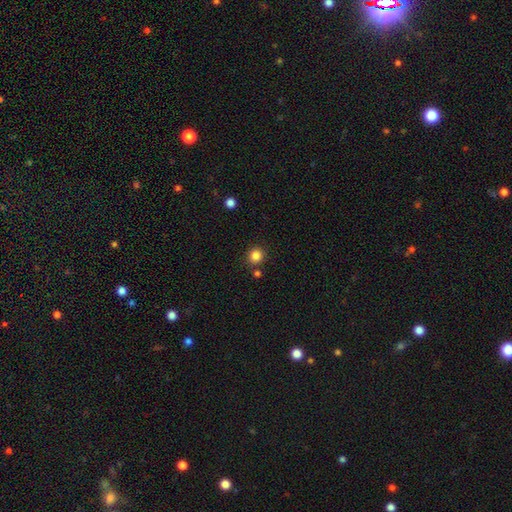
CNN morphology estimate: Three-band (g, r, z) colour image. It shows a smooth galaxy with no disk features (85%) that is round (90%). Merging: none (84%).